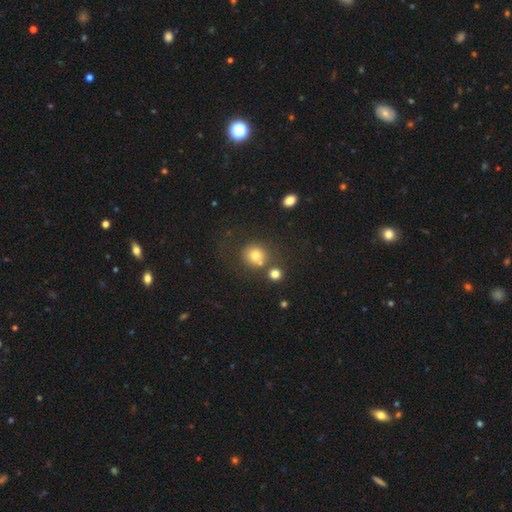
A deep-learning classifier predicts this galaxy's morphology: A smooth galaxy with no disk features (73%) that is round (84%). Merging: none (61%).